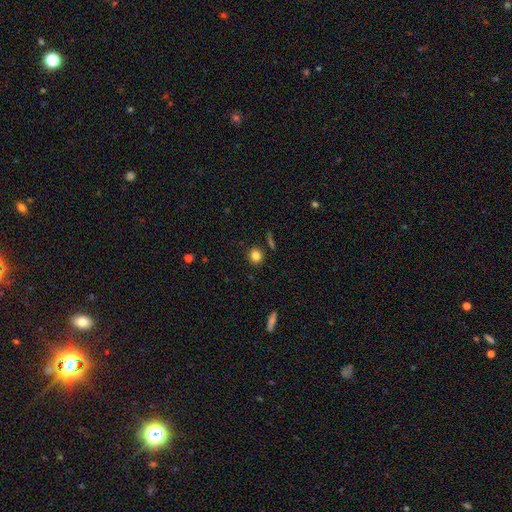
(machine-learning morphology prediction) Smooth or featured: smooth — 82% (star or artifact — 11%)
How rounded: round — 87% (in between — 12%)
Merging: none — 88% (minor disturbance — 7%)